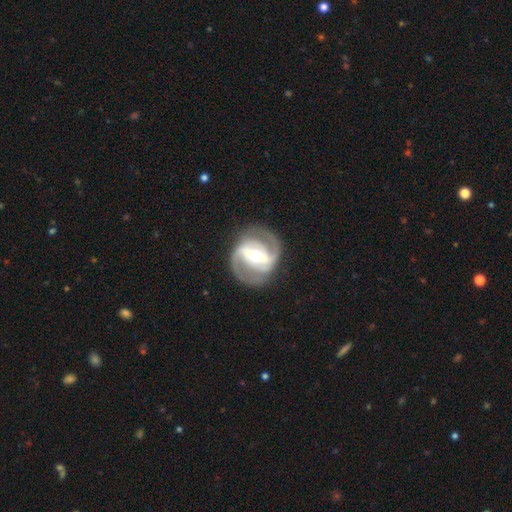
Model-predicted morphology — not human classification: A featured or disk galaxy (89%) with a strong bar (60%), 2 (88%) medium (51%) spiral arms (95%) and a moderate central bulge (67%). Merging: none (81%).